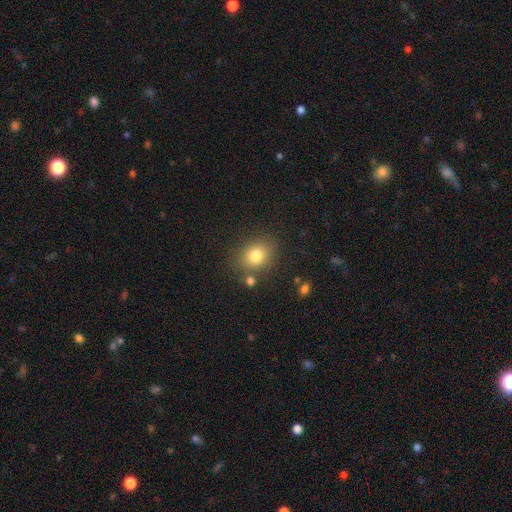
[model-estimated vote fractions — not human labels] Overall: smooth (79%). How rounded: round (55%; in between 44%). Merging: none (77%).